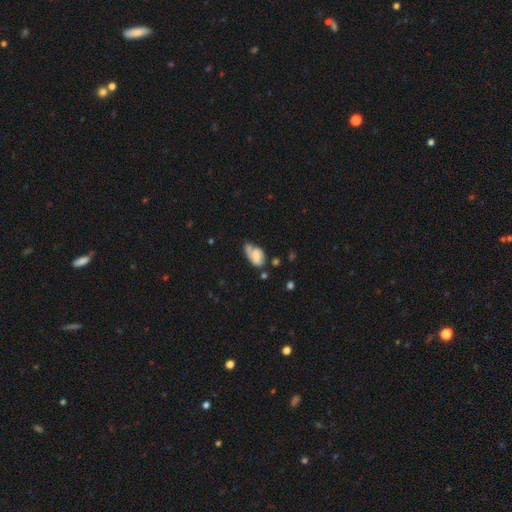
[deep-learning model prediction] smooth_or_featured: smooth (p=0.56) [alt: featured or disk p=0.35]
how_rounded: in between (p=0.90) [alt: round p=0.08]
merging: minor disturbance (p=0.34) [alt: none p=0.29]